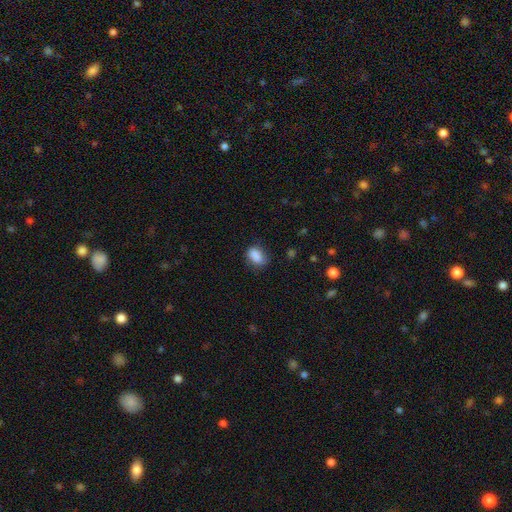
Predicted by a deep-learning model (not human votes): smooth_or_featured: smooth (p=0.87) [alt: star or artifact p=0.08]
how_rounded: in between (p=0.81) [alt: round p=0.17]
merging: none (p=0.67) [alt: minor disturbance p=0.25]